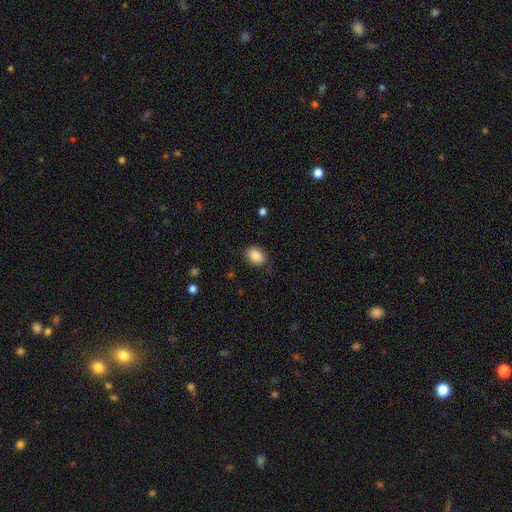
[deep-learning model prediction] Q: Smooth or featured?
A: smooth (88%); runner-up: star or artifact (8%)
Q: How rounded?
A: in between (80%); runner-up: round (19%)
Q: Merging?
A: none (82%); runner-up: minor disturbance (13%)